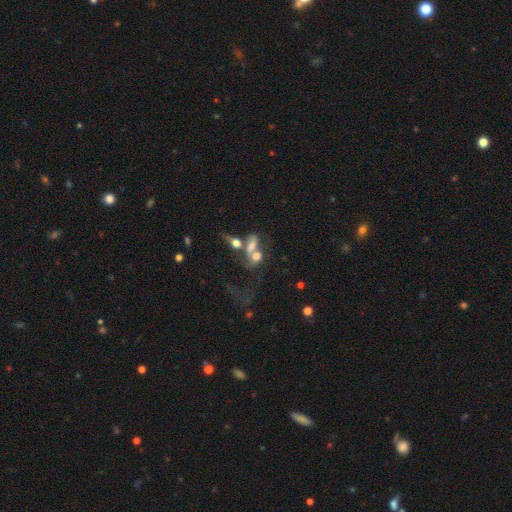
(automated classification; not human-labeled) smooth-or-featured: smooth: 47% | featured or disk: 39% | star or artifact: 14%
  merging: merger: 65% | major disturbance: 15% | none: 13% | minor disturbance: 7%